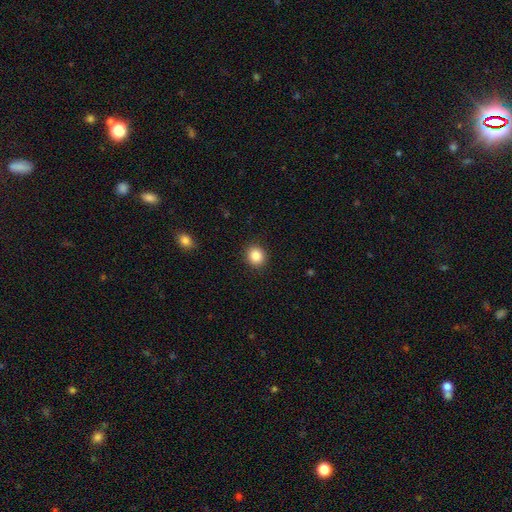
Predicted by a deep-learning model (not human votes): This is clearly a smooth galaxy (86%). How rounded: clearly round (84%). Merging: clearly none (91%).